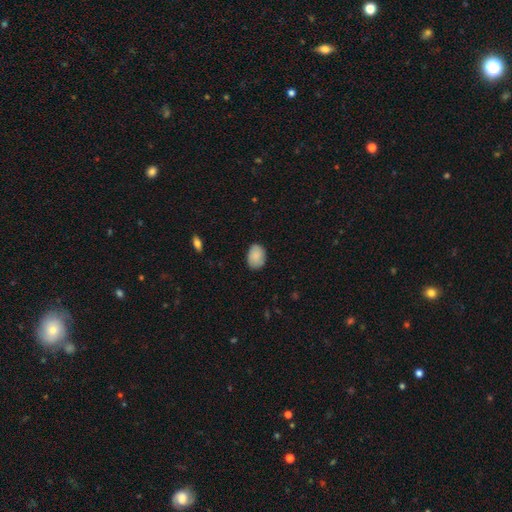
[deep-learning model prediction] Smooth or featured? smooth (87%)
How rounded? in between (76%)
Merging? none (82%)